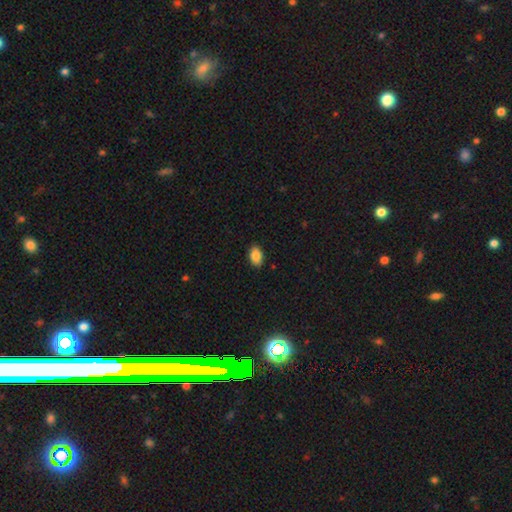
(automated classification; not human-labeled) Smooth or featured? smooth (88%)
How rounded? in between (89%)
Merging? none (89%)